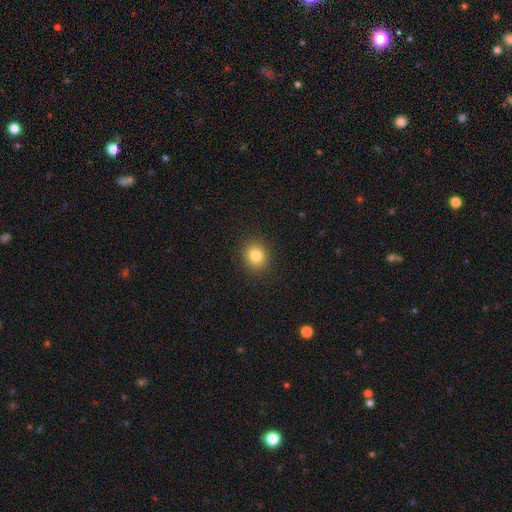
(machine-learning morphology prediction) A smooth galaxy with no disk features (82%) that is round (79%).

Vote fractions:
- Smooth or featured? smooth: 82% / star or artifact: 11% / featured or disk: 7%
- How rounded? round: 79% / in between: 20% / cigar-shaped: 1%
- Merging? none: 90% / minor disturbance: 6% / major disturbance: 2% / merger: 1%